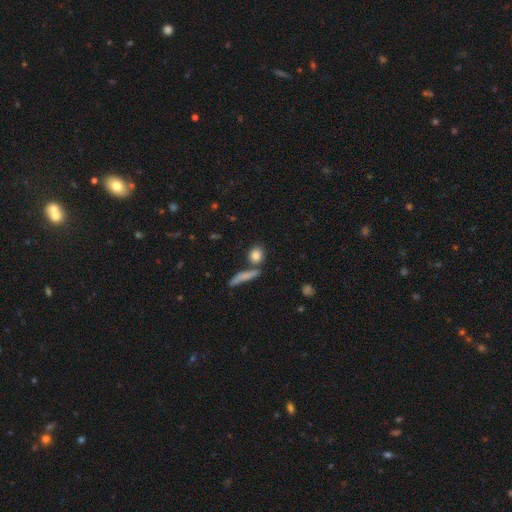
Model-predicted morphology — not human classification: Smooth or featured: smooth — 83% (star or artifact — 9%)
How rounded: round — 63% (in between — 27%)
Merging: none — 70% (merger — 16%)